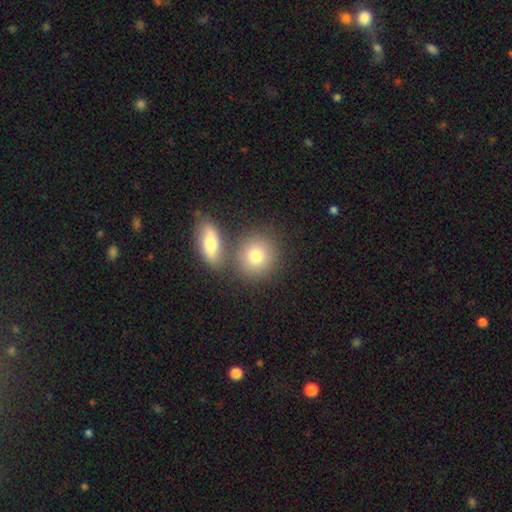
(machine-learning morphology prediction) smooth_or_featured: smooth (p=0.78) [alt: featured or disk p=0.13]
how_rounded: round (p=0.83) [alt: in between p=0.15]
merging: none (p=0.65) [alt: merger p=0.24]